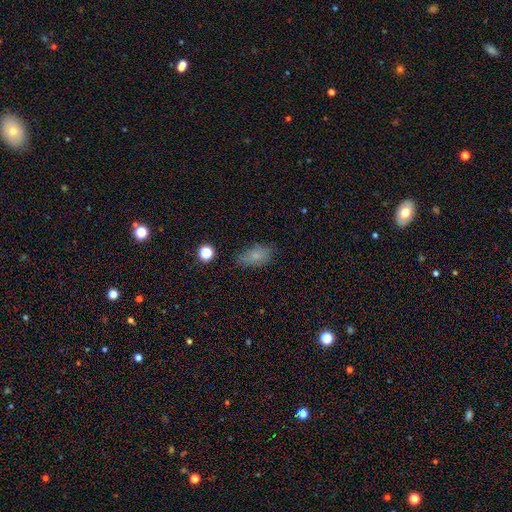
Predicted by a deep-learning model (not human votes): Smooth or featured?
  - smooth: 76% *
  - featured or disk: 12%
  - star or artifact: 11%
How rounded?
  - in between: 88% *
  - round: 6%
  - cigar-shaped: 6%
Merging?
  - none: 75% *
  - minor disturbance: 18%
  - major disturbance: 5%
  - merger: 2%